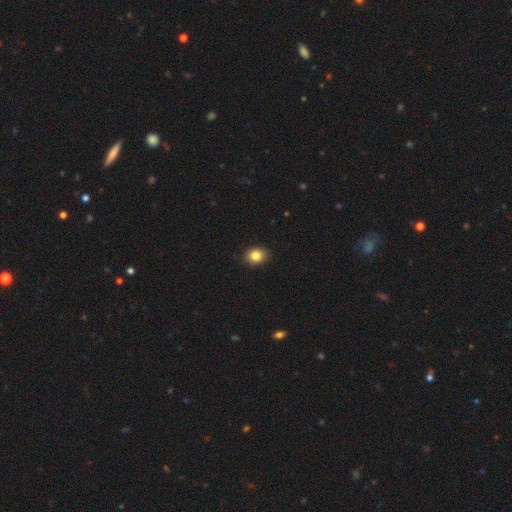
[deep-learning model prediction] This appears to be a smooth galaxy with no disk features (84%) that is round (58%). Merging: none (90%).